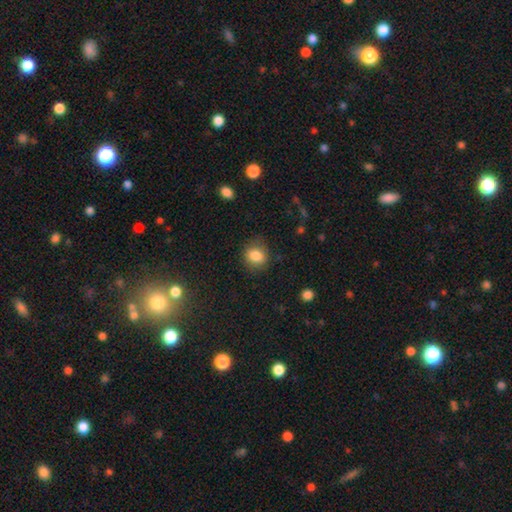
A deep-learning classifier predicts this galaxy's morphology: smooth-or-featured: smooth: 84% | star or artifact: 10% | featured or disk: 6%
  how-rounded: round: 65% | in between: 34% | cigar-shaped: 1%
  merging: none: 79% | minor disturbance: 15% | major disturbance: 5% | merger: 1%